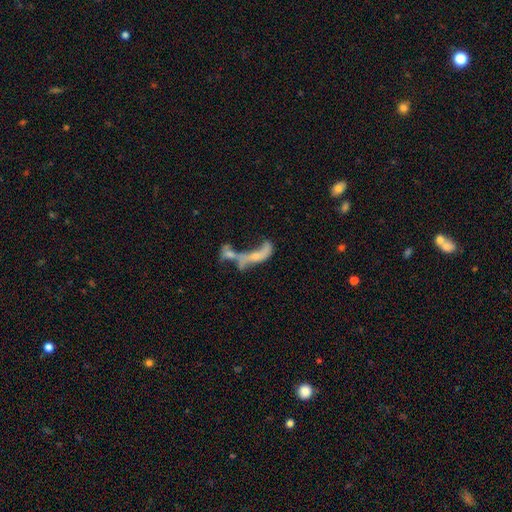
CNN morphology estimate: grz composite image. It shows a featured or disk galaxy (57%). Merging: merger (57%).